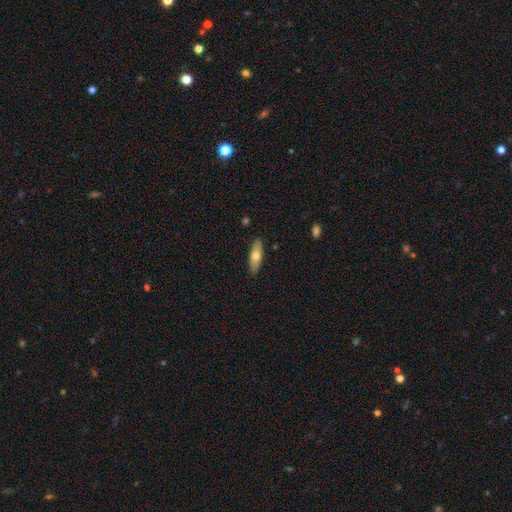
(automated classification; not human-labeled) A smooth galaxy with no disk features (66%) that is in between round and cigar-shaped (52%). Merging: none (89%).